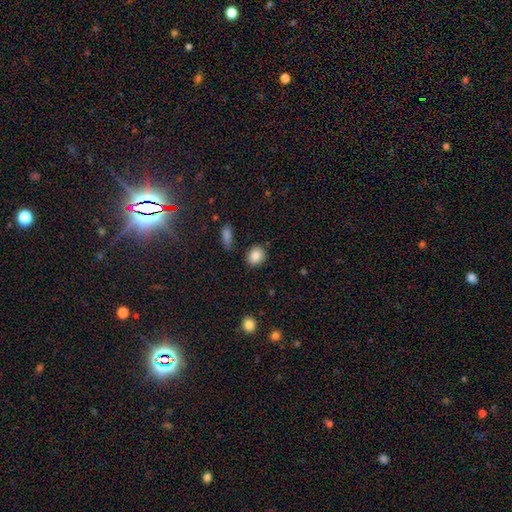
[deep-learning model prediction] This is clearly a smooth galaxy (86%). How rounded: likely round (68%). Merging: clearly none (85%).